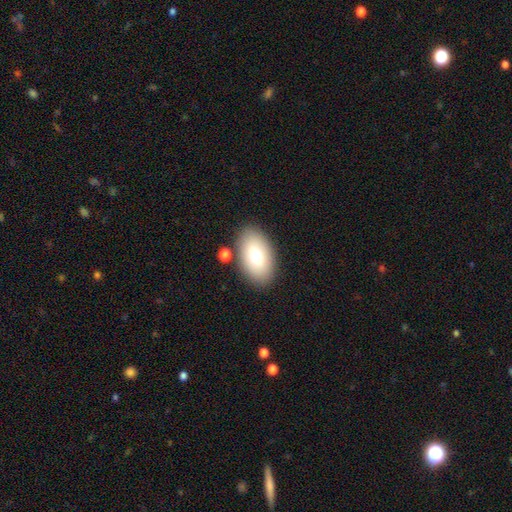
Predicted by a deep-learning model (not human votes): This appears to be a smooth galaxy with no disk features (72%) that is in between round and cigar-shaped (92%). Merging: none (83%).